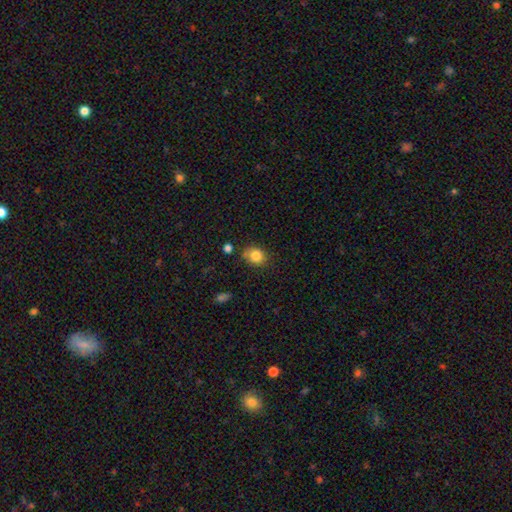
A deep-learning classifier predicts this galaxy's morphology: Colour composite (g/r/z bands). It shows a smooth galaxy with no disk features (84%) that is round (68%). Merging: none (75%).